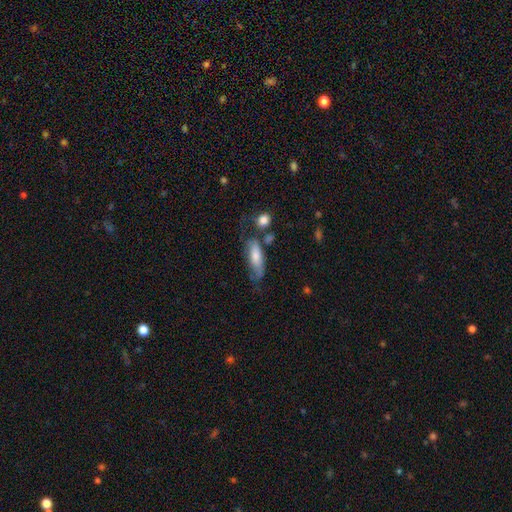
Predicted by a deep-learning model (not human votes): Morphology: type=smooth (71%); roundness=in between (63%); merging=none (43%).